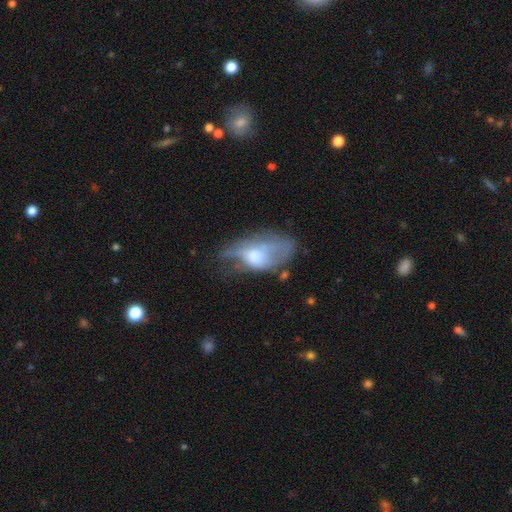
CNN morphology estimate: Smooth or featured? Predicted: smooth (p=0.47). Merging? Predicted: major disturbance (p=0.44).